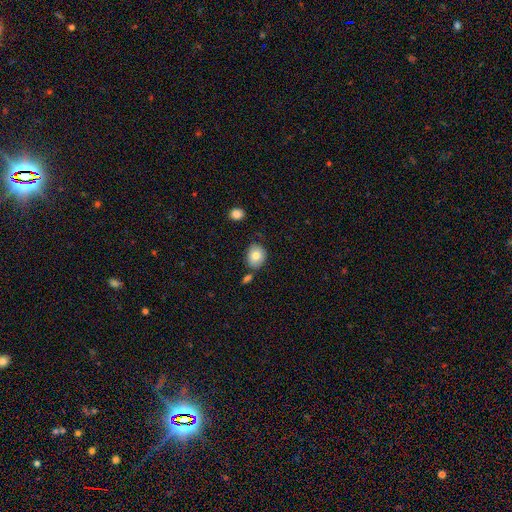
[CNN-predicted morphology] smooth 79%, featured or disk 12%, star or artifact 8%. Down the decision tree: how rounded — round (55%); merging — none (71%).